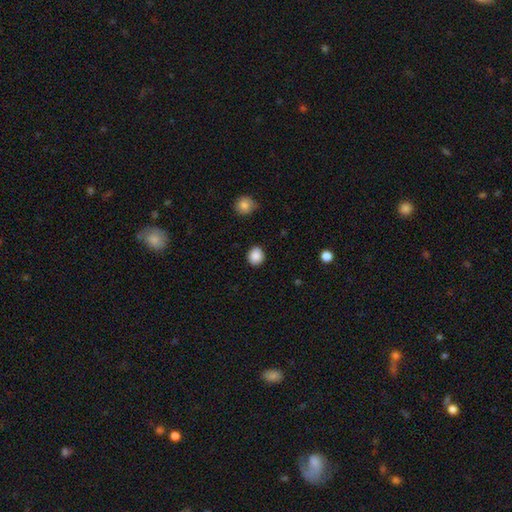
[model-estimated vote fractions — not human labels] The model was most divided on "how rounded": round: 83%, in between: 16%, cigar-shaped: 1%. More confident: merging — none (89%); smooth or featured — smooth (88%).